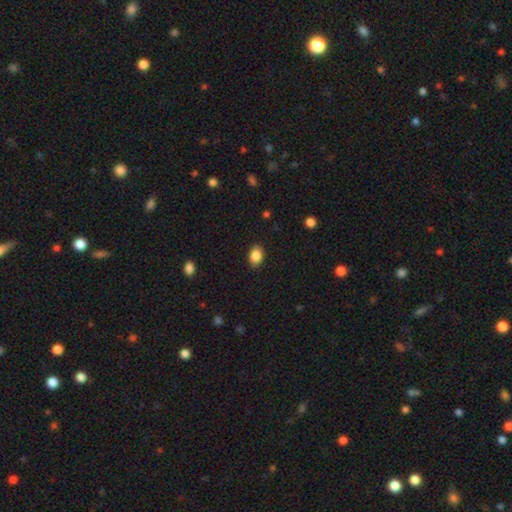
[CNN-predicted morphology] Smooth or featured? smooth (87%)
How rounded? in between (79%)
Merging? none (89%)